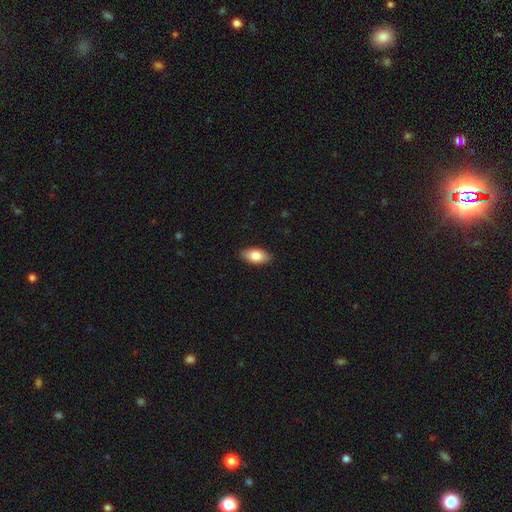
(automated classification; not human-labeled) smooth 83%, featured or disk 11%, star or artifact 6%. Down the decision tree: how rounded — in between (92%); merging — none (89%).